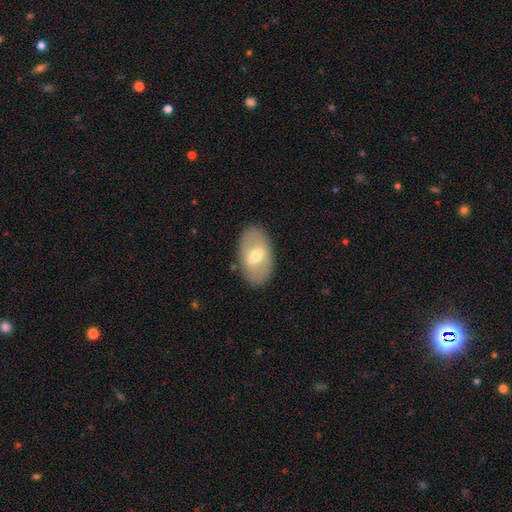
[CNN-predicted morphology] smooth 50%, featured or disk 44%, star or artifact 6%. Down the decision tree: merging — none (86%).